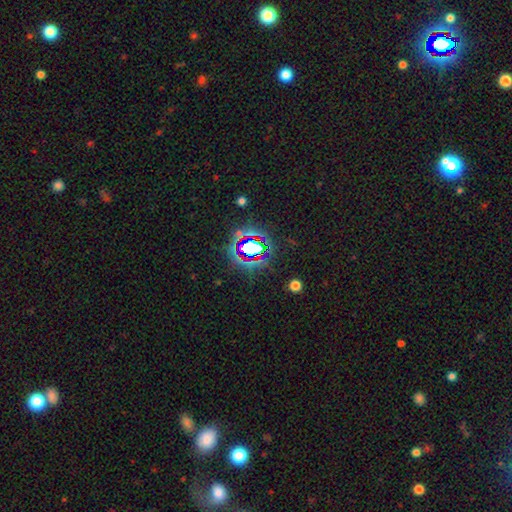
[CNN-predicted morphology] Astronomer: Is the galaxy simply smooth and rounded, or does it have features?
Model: star or artifact — 69%.